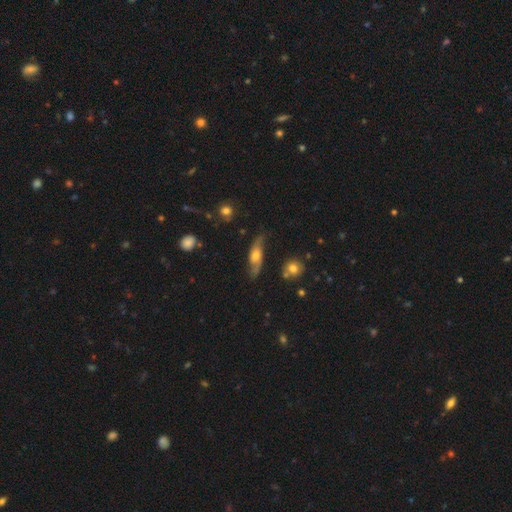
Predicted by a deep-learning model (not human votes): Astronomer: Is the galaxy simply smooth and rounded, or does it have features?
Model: featured or disk — 62%.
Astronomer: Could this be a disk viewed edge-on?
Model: no — 68%.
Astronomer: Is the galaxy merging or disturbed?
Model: none — 63%.